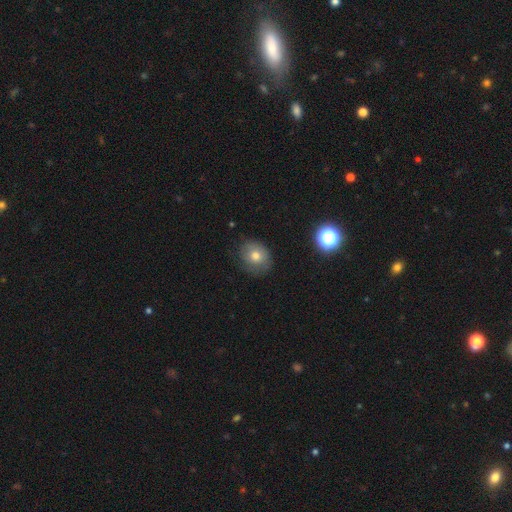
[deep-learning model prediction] Overall: smooth (69%). How rounded: round (65%; in between 34%). Merging: none (74%).